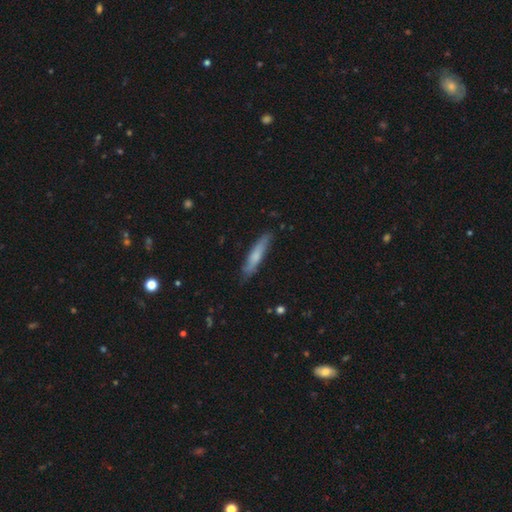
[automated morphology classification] A smooth galaxy with no disk features (65%) that is cigar-shaped (88%). Merging: none (82%).